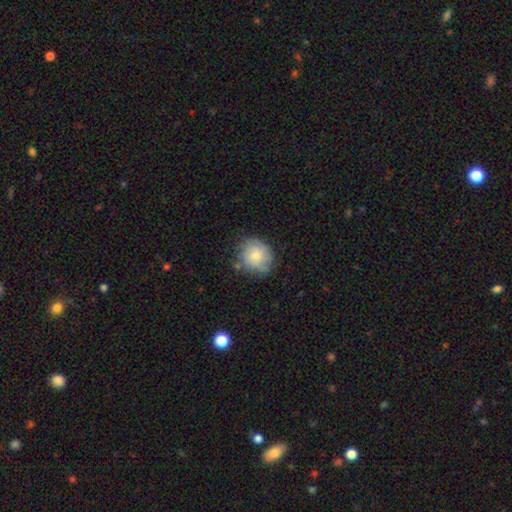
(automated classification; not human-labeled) A smooth galaxy with no disk features (67%) that is round (80%).

Vote fractions:
- Smooth or featured? smooth: 67% / featured or disk: 25% / star or artifact: 7%
- How rounded? round: 80% / in between: 19% / cigar-shaped: 1%
- Merging? none: 66% / minor disturbance: 25% / major disturbance: 6% / merger: 3%